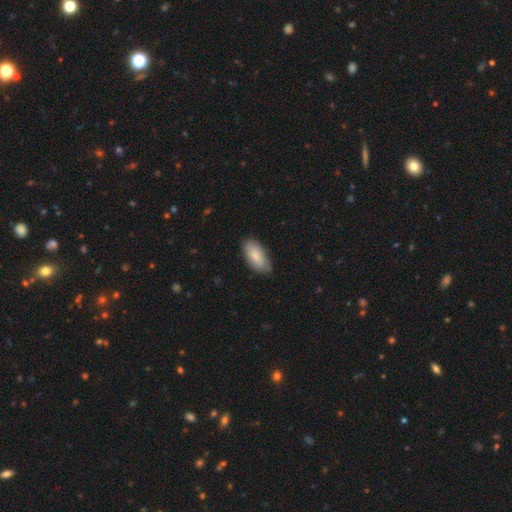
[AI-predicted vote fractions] smooth_or_featured: smooth (p=0.79) [alt: featured or disk p=0.16]
how_rounded: in between (p=0.92) [alt: cigar-shaped p=0.06]
merging: none (p=0.78) [alt: minor disturbance p=0.18]